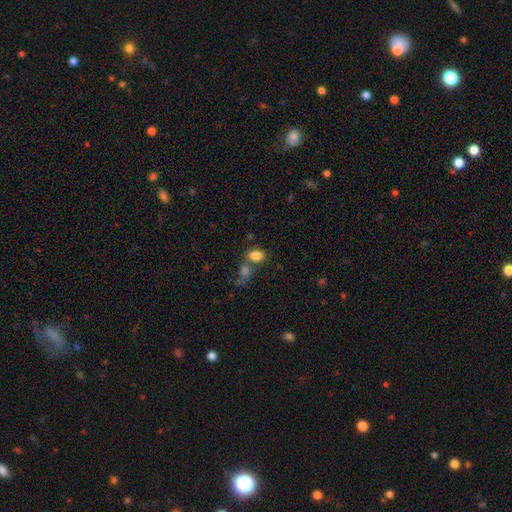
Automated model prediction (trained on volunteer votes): A smooth galaxy with no disk features (83%) that is in between round and cigar-shaped (73%).

Vote fractions:
- Smooth or featured? smooth: 83% / star or artifact: 10% / featured or disk: 7%
- How rounded? in between: 73% / round: 26% / cigar-shaped: 1%
- Merging? none: 56% / merger: 28% / minor disturbance: 11% / major disturbance: 5%